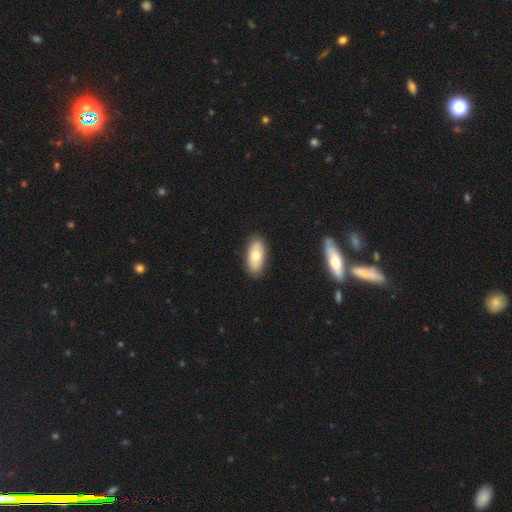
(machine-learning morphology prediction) type=smooth (68%); roundness=in between (90%); merging=none (88%).